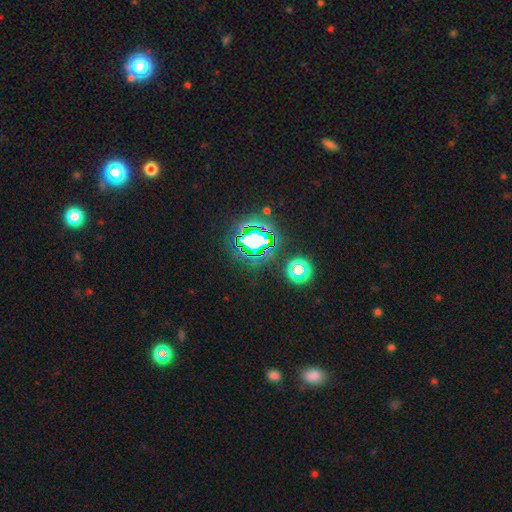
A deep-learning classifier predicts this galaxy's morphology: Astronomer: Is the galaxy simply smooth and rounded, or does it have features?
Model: star or artifact — 81%.